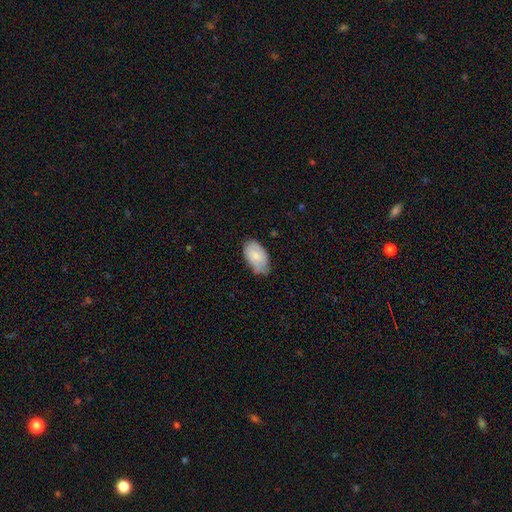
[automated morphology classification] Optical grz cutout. It shows a smooth galaxy with no disk features (79%) that is in between round and cigar-shaped (94%). Merging: none (52%).